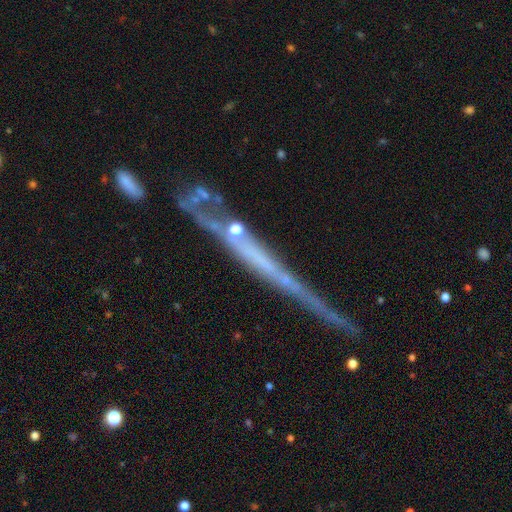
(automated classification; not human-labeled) The model was most divided on "merging": none: 49%, minor disturbance: 23%, major disturbance: 16%, merger: 12%. More confident: edge-on disk — yes (83%); edge-on bulge — none (82%); smooth or featured — featured or disk (70%).